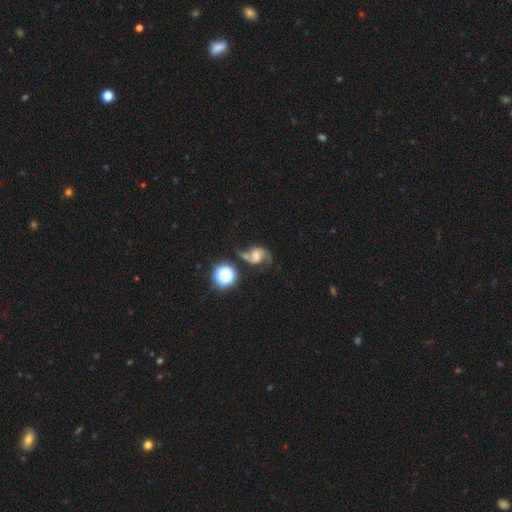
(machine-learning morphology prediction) A featured or disk galaxy (76%) with no bar (48%), 2 (89%) loose (60%) spiral arms (95%) and a moderate central bulge (38%). Merging: none (53%).